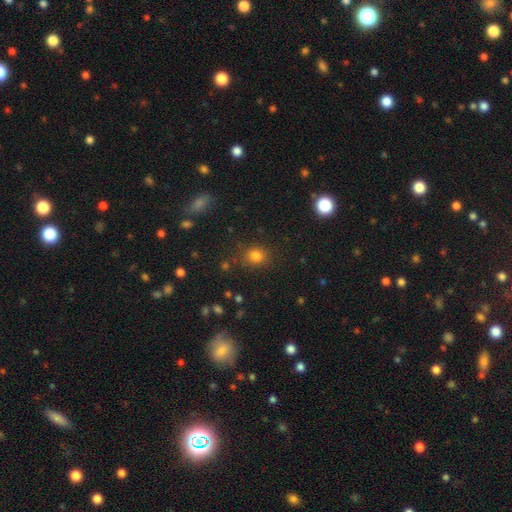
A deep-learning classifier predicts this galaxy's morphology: The model was most divided on "how rounded": round: 74%, in between: 25%, cigar-shaped: 1%. More confident: merging — none (84%); smooth or featured — smooth (80%).